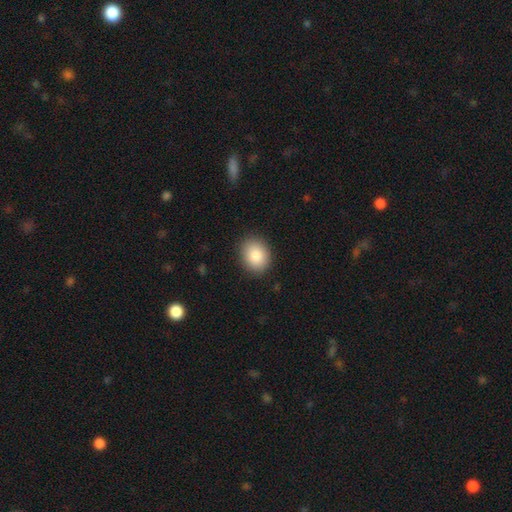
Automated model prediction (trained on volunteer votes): This is clearly a smooth galaxy (87%). How rounded: possibly in between (53%). Merging: clearly none (88%).